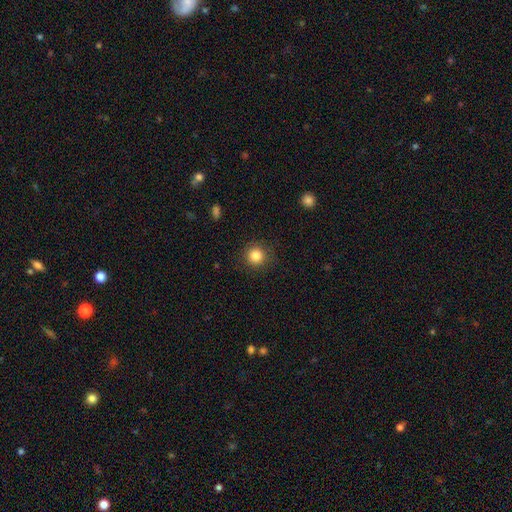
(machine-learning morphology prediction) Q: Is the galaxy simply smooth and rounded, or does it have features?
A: smooth — 84%.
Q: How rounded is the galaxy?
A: round — 94%.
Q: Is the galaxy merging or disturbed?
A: none — 90%.